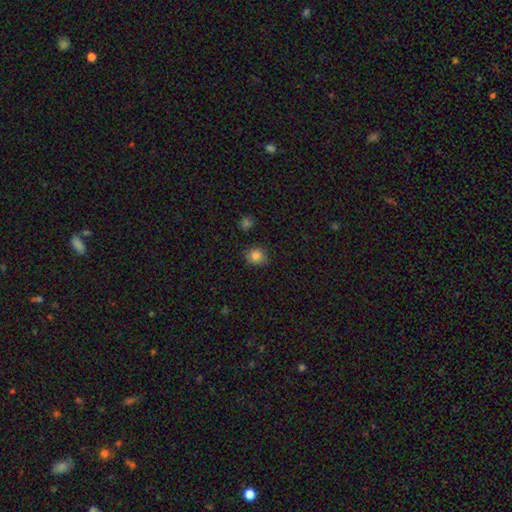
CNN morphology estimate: Smooth or featured? smooth (85%)
How rounded? round (77%)
Merging? none (85%)